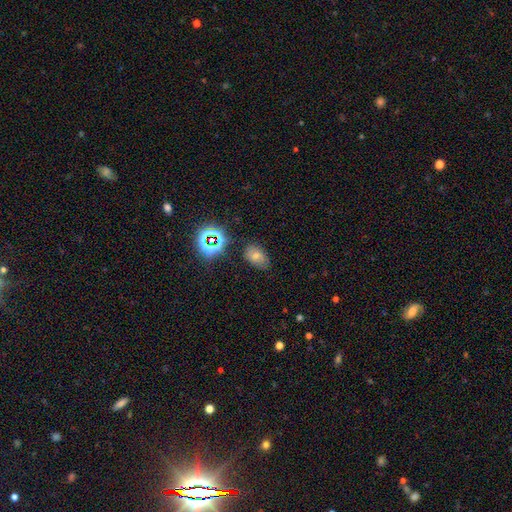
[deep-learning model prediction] The model was most divided on "smooth or featured": smooth: 56%, star or artifact: 22%, featured or disk: 22%. More confident: how rounded — in between (84%); merging — none (73%).